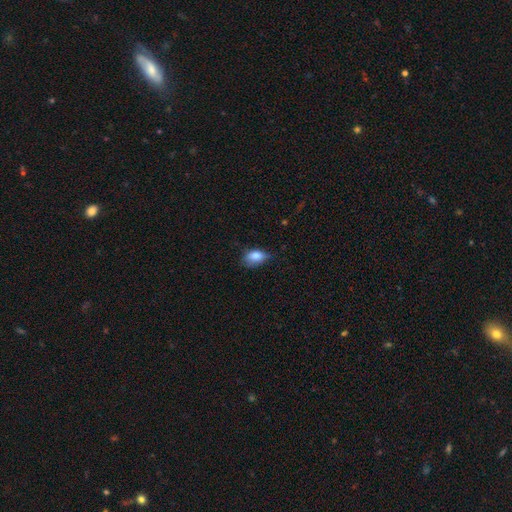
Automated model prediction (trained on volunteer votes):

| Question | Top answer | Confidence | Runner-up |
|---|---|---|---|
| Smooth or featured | smooth | 82% | featured or disk (10%) |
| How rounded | in between | 87% | round (10%) |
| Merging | none | 51% | minor disturbance (38%) |